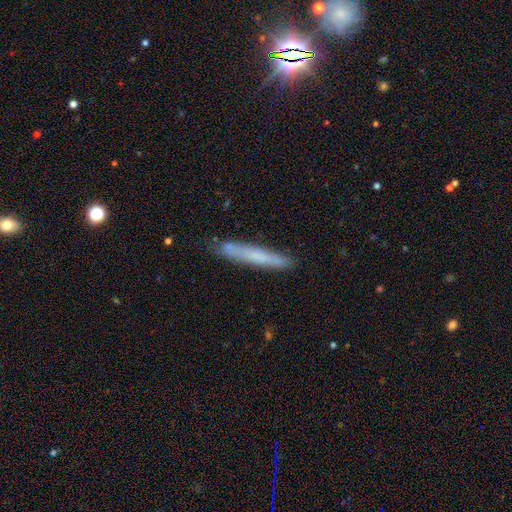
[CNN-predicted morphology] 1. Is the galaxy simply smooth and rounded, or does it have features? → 62% smooth, 31% featured or disk, 7% star or artifact.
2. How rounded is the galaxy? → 95% cigar-shaped, 3% in between, 1% round.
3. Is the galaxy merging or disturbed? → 83% none, 13% minor disturbance, 2% major disturbance, 2% merger.